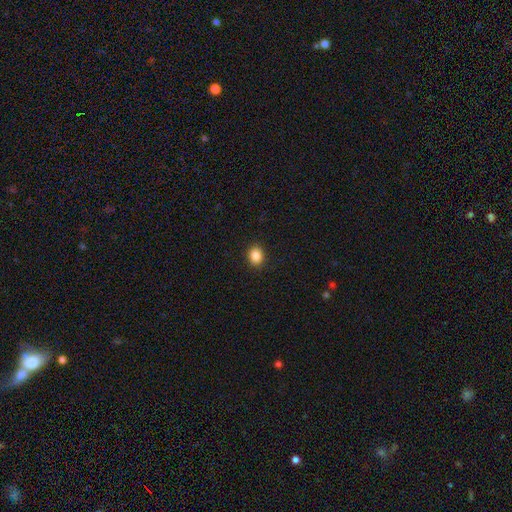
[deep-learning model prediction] This appears to be a smooth galaxy with no disk features (87%) that is round (53%). Merging: none (91%).